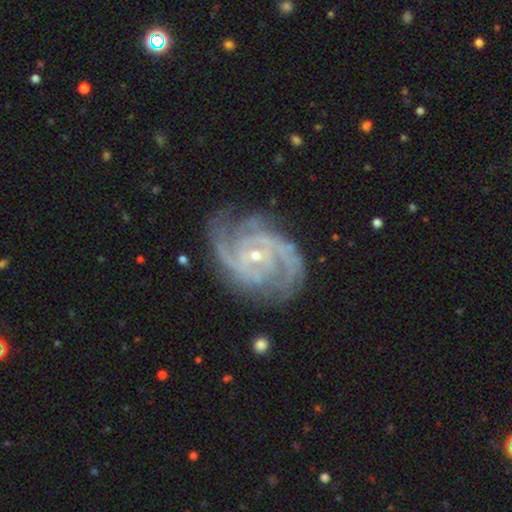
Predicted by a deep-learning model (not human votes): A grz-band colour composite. It shows a featured or disk galaxy (91%) with no bar (57%), 2 (30%) tight (58%) spiral arms (98%) and a small central bulge (75%). Merging: none (73%).